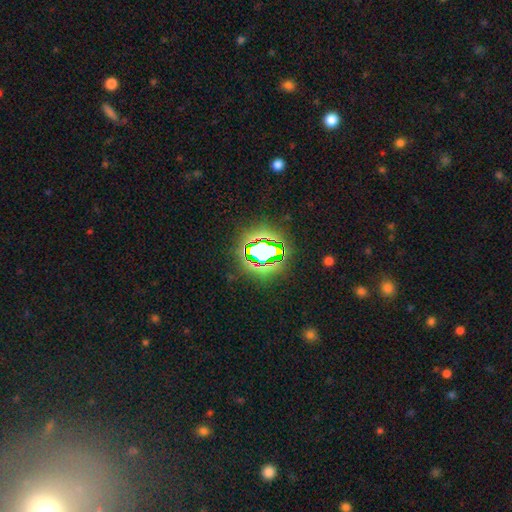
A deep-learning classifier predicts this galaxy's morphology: Smooth or featured? Predicted: star or artifact (p=0.76).